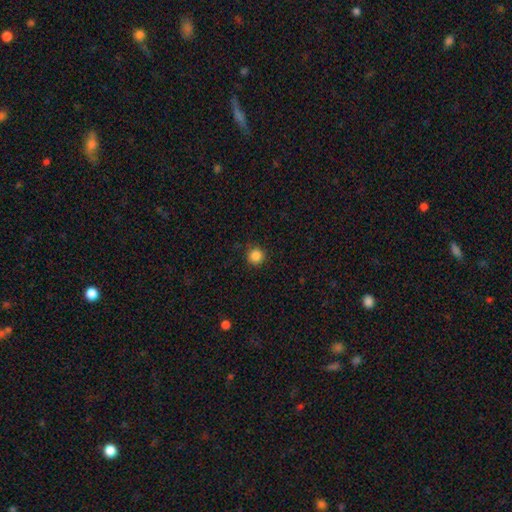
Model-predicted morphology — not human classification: smooth_or_featured: smooth (p=0.86) [alt: star or artifact p=0.11]
how_rounded: round (p=0.95) [alt: in between p=0.04]
merging: none (p=0.90) [alt: minor disturbance p=0.07]